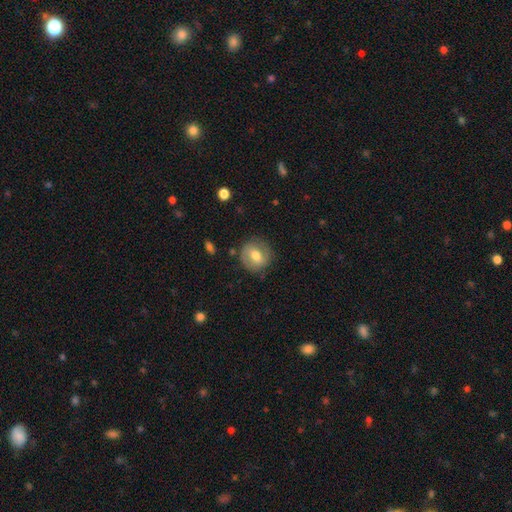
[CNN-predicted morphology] This is possibly a smooth galaxy (58%). How rounded: likely round (79%). Merging: likely none (79%).